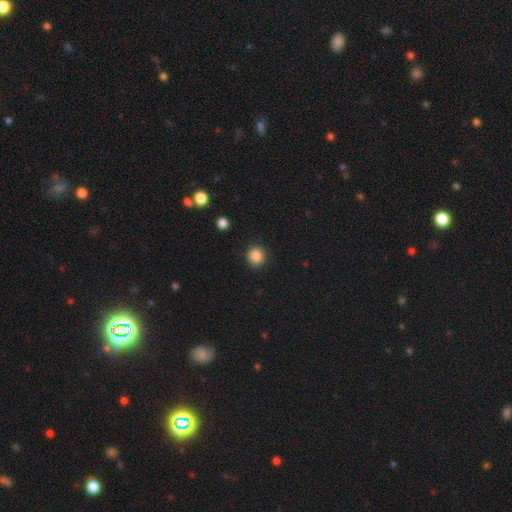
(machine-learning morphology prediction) Smooth or featured? Predicted: smooth (p=0.87). How rounded? Predicted: round (p=0.88). Merging? Predicted: none (p=0.91).